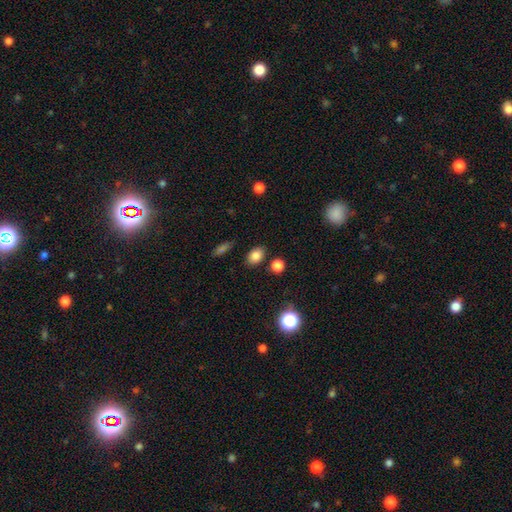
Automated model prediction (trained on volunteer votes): smooth-or-featured: smooth: 83% | star or artifact: 11% | featured or disk: 6%
  how-rounded: in between: 70% | round: 29% | cigar-shaped: 1%
  merging: none: 83% | minor disturbance: 10% | merger: 4% | major disturbance: 3%